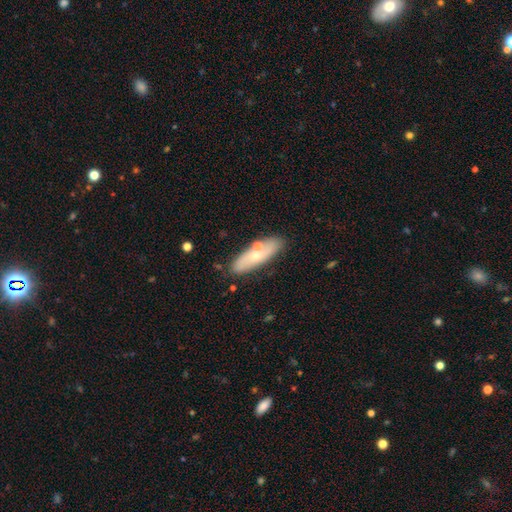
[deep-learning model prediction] The model was most divided on "how rounded": in between: 51%, cigar-shaped: 46%, round: 3%. More confident: merging — none (74%); smooth or featured — smooth (55%).